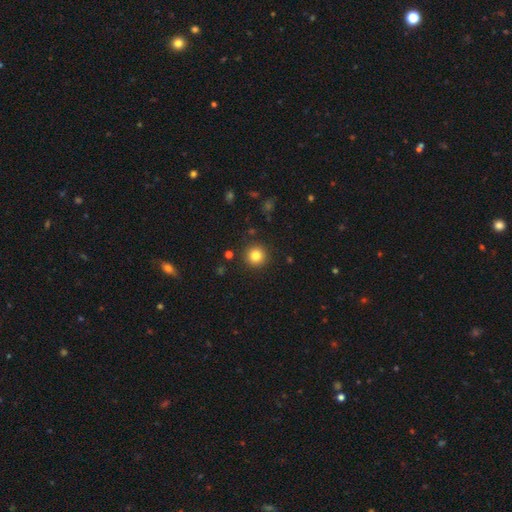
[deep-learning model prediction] Smooth or featured? smooth (82%)
How rounded? round (95%)
Merging? none (91%)